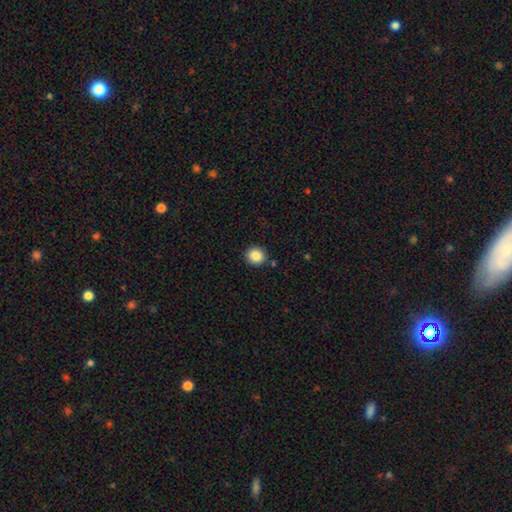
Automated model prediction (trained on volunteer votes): The model was most divided on "smooth or featured": smooth: 86%, star or artifact: 9%, featured or disk: 4%. More confident: how rounded — round (88%); merging — none (87%).